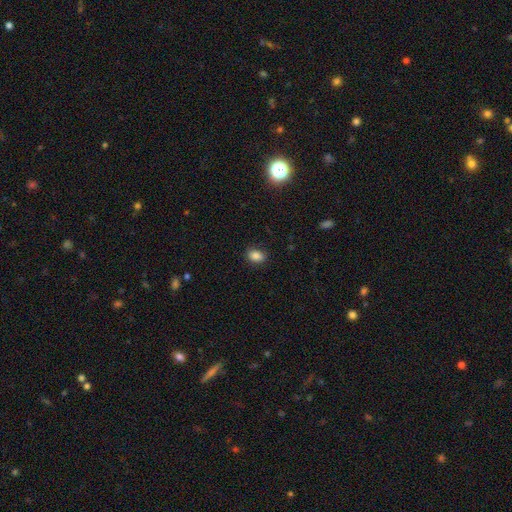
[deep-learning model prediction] This appears to be a smooth galaxy with no disk features (86%) that is in between round and cigar-shaped (76%). Merging: none (86%).